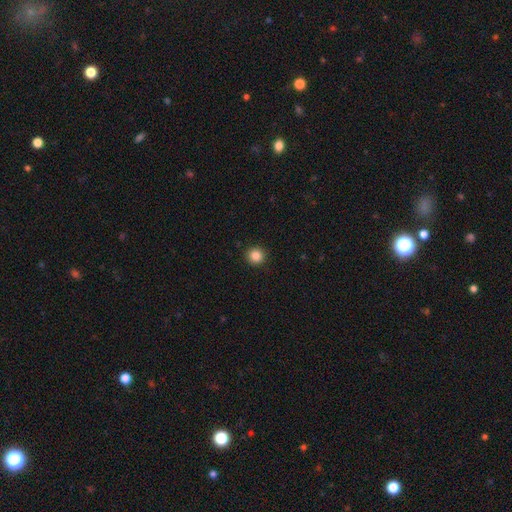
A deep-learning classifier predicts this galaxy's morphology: A smooth galaxy with no disk features (86%) that is round (93%). Merging: none (93%).